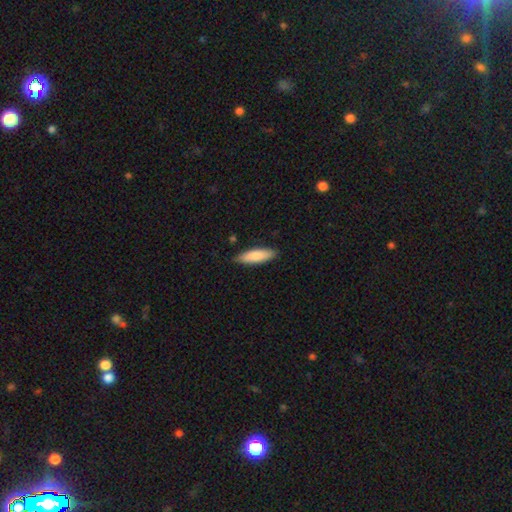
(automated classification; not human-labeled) Q: Smooth or featured?
A: smooth (83%); runner-up: featured or disk (12%)
Q: How rounded?
A: cigar-shaped (51%); runner-up: in between (47%)
Q: Merging?
A: none (86%); runner-up: minor disturbance (11%)